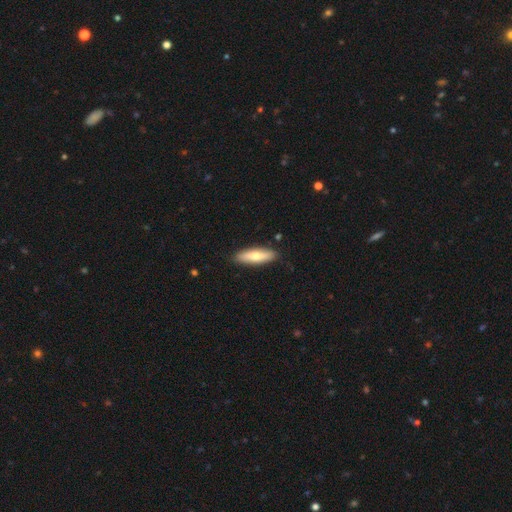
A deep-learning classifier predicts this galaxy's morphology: Overall: smooth (65%; featured or disk 29%). How rounded: cigar-shaped (56%; in between 42%). Merging: none (88%).